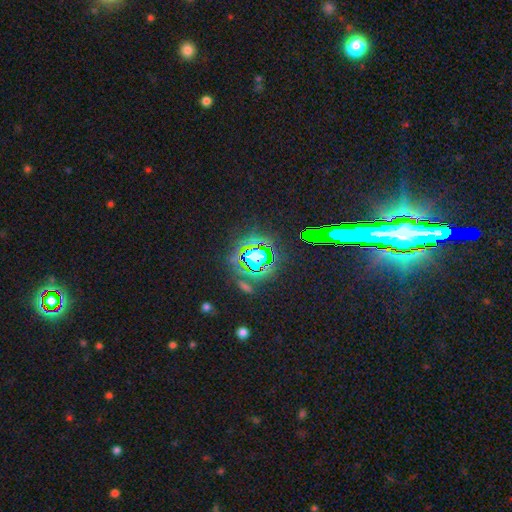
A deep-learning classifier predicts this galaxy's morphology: This is likely a star or artifact rather than a galaxy (66%).